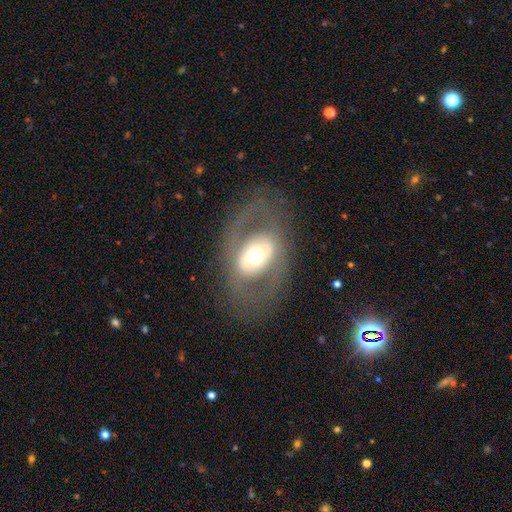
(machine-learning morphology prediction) Smooth or featured: featured or disk — 61% (smooth — 31%)
Edge-on disk: no — 91% (yes — 9%)
Bar: no — 53% (weak — 24%)
Spiral arms: no — 69% (yes — 31%)
Bulge size: moderate — 56% (large — 30%)
Merging: none — 71% (major disturbance — 15%)